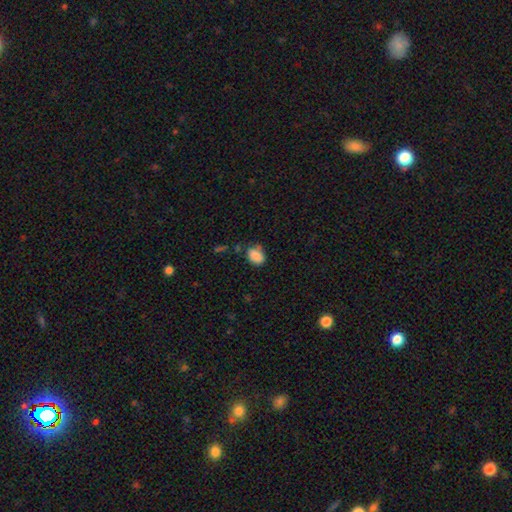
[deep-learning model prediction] The model was most divided on "merging": none: 64%, minor disturbance: 24%, merger: 7%, major disturbance: 5%. More confident: smooth or featured — smooth (86%); how rounded — in between (70%).